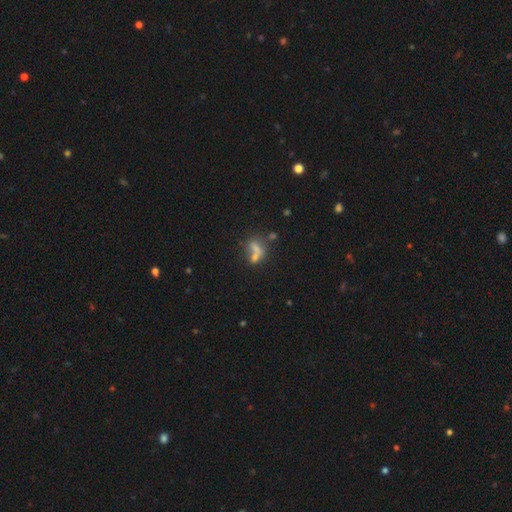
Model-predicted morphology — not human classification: Smooth or featured?
  - smooth: 52% *
  - featured or disk: 27%
  - star or artifact: 20%
How rounded?
  - in between: 54% *
  - round: 32%
  - cigar-shaped: 14%
Merging?
  - merger: 39% *
  - none: 37%
  - minor disturbance: 12%
  - major disturbance: 12%